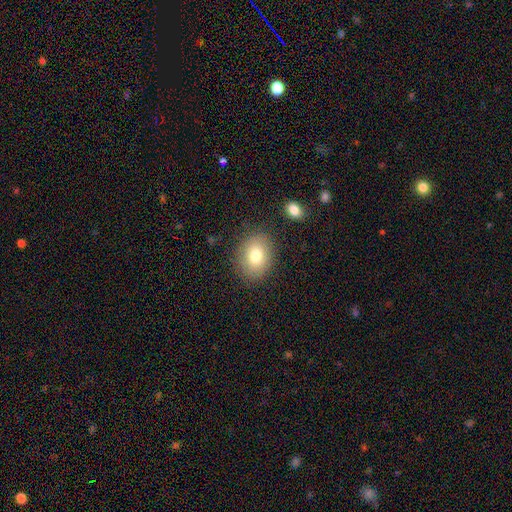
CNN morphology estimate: A smooth galaxy with no disk features (78%) that is in between round and cigar-shaped (69%).

Vote fractions:
- Smooth or featured? smooth: 78% / featured or disk: 13% / star or artifact: 9%
- How rounded? in between: 69% / round: 30% / cigar-shaped: 1%
- Merging? none: 84% / minor disturbance: 11% / major disturbance: 4% / merger: 2%